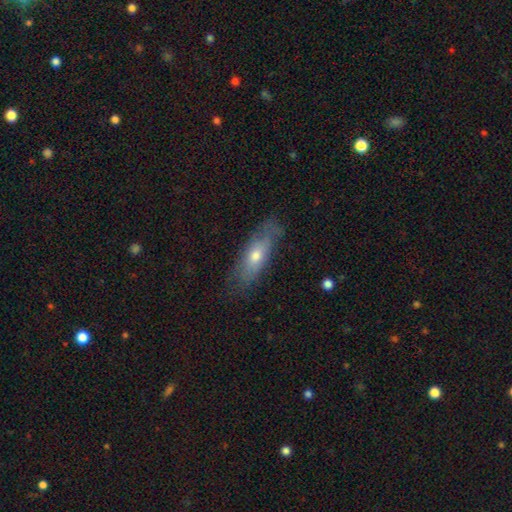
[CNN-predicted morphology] Overall: smooth (59%; featured or disk 34%). How rounded: in between (57%; cigar-shaped 40%). Merging: none (70%).